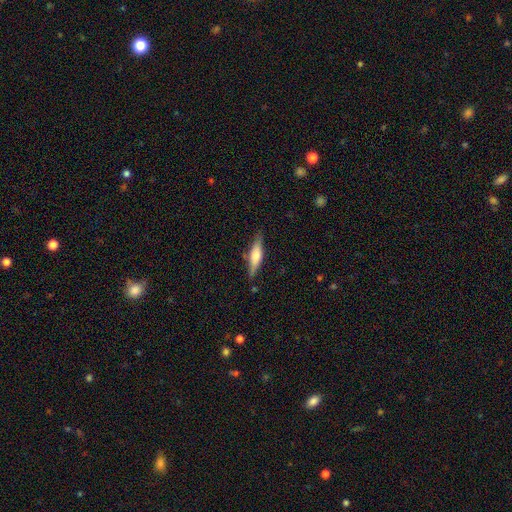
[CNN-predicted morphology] smooth-or-featured: smooth: 49% | featured or disk: 45% | star or artifact: 6%
  merging: none: 82% | minor disturbance: 13% | major disturbance: 3% | merger: 2%